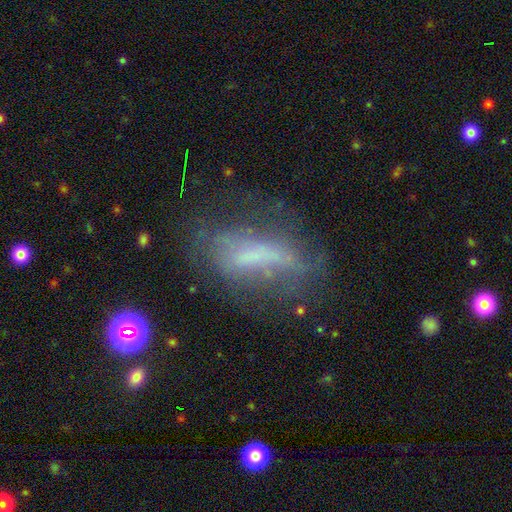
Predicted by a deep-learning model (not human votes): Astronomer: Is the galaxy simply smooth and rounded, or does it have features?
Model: featured or disk — 48% (runner-up: smooth, 36%).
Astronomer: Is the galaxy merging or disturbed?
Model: none — 45% (runner-up: major disturbance, 26%).